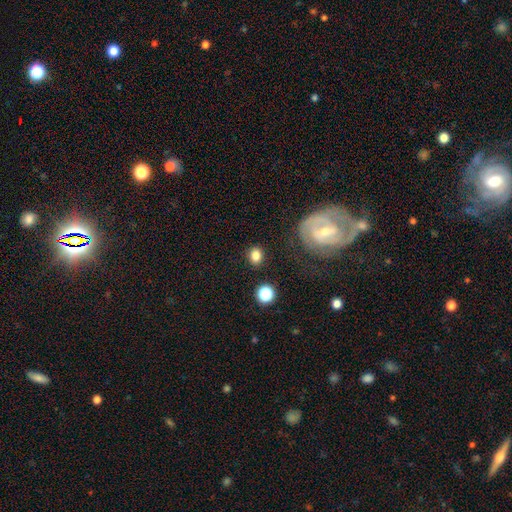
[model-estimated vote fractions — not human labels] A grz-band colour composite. It shows a smooth galaxy with no disk features (81%) that is round (61%). Merging: none (85%).